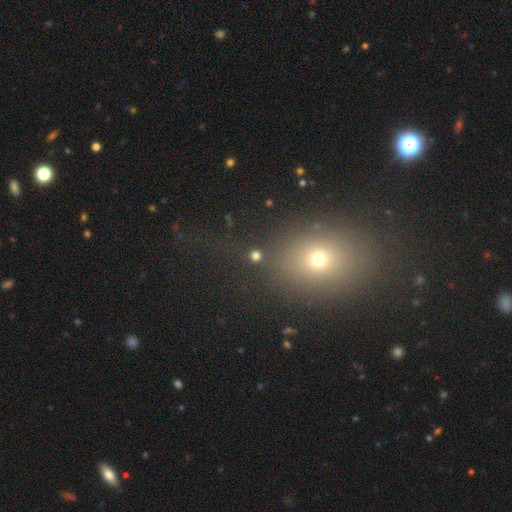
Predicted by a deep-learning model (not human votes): smooth-or-featured: smooth: 72% | star or artifact: 22% | featured or disk: 6%
  how-rounded: round: 89% | in between: 9% | cigar-shaped: 1%
  merging: none: 84% | minor disturbance: 6% | merger: 6% | major disturbance: 4%